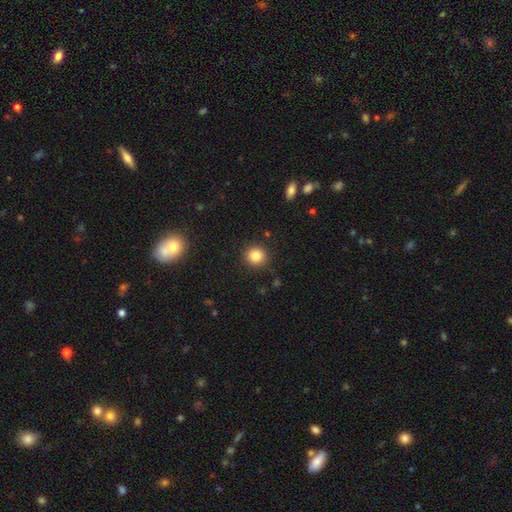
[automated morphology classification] type=smooth (83%); roundness=round (92%); merging=none (90%).